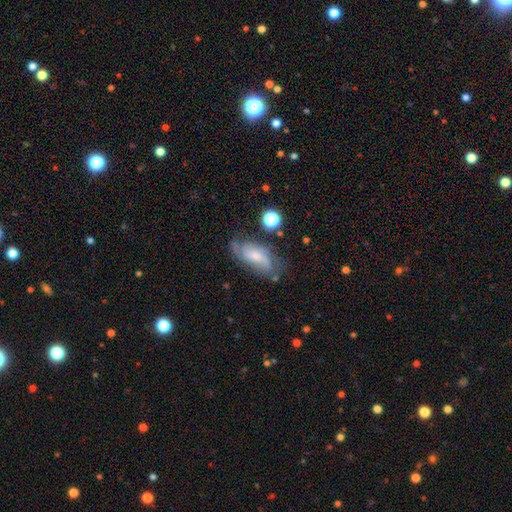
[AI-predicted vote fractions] This appears to be a featured or disk galaxy (68%) with no bar (59%), 2 (49%) medium (44%) spiral arms (90%) and a small central bulge (55%). Merging: none (61%).